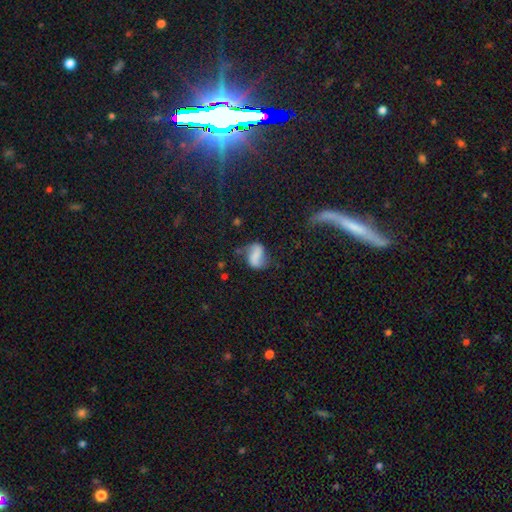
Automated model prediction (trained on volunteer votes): Overall: featured or disk (50%; smooth 40%). Merging: none (56%; minor disturbance 25%).